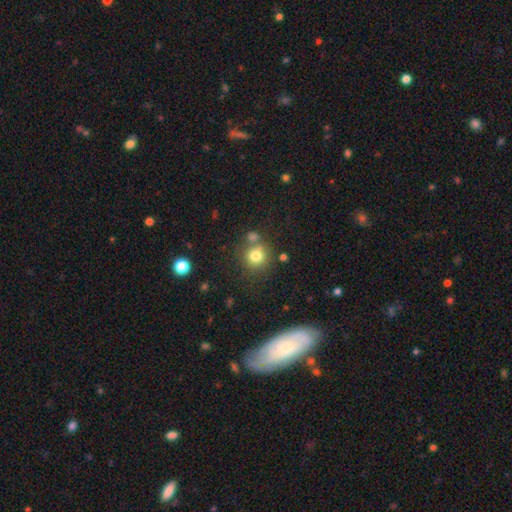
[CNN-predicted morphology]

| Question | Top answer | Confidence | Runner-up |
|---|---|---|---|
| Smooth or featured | smooth | 78% | star or artifact (13%) |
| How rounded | round | 89% | in between (10%) |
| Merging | none | 68% | merger (17%) |